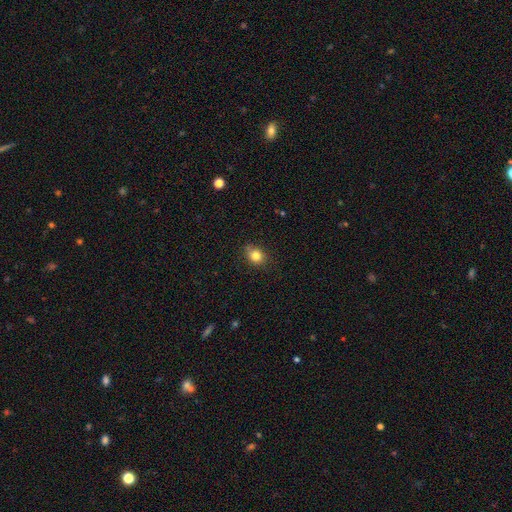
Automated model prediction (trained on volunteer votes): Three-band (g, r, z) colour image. It shows a smooth galaxy with no disk features (82%) that is round (60%). Merging: none (74%).